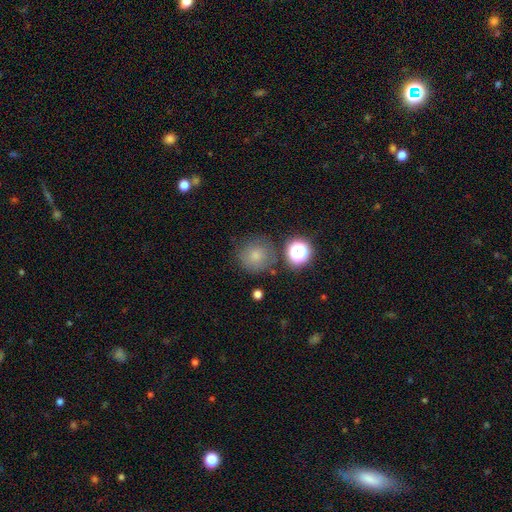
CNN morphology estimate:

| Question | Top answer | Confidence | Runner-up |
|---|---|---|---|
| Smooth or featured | smooth | 77% | star or artifact (14%) |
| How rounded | round | 93% | in between (6%) |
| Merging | none | 77% | minor disturbance (13%) |